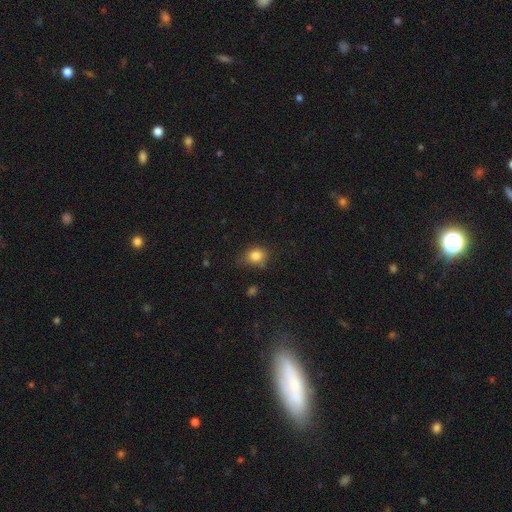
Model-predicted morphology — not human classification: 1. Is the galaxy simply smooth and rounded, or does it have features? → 83% smooth, 11% star or artifact, 6% featured or disk.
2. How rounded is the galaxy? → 59% round, 40% in between, 1% cigar-shaped.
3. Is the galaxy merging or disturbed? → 67% none, 25% minor disturbance, 6% major disturbance, 2% merger.